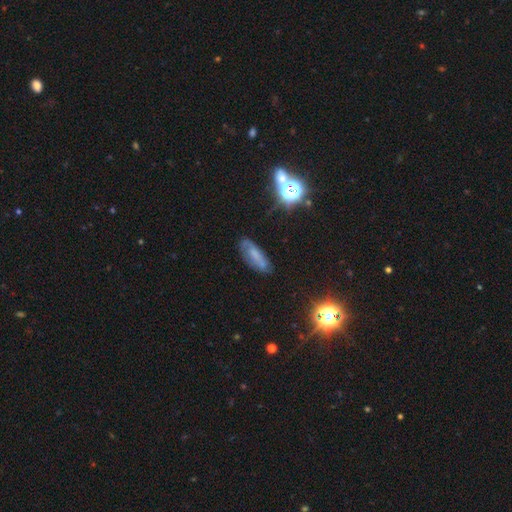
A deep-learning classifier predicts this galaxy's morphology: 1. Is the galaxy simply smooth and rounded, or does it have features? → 42% smooth, 41% featured or disk, 17% star or artifact.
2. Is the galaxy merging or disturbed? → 67% none, 22% minor disturbance, 8% major disturbance, 3% merger.